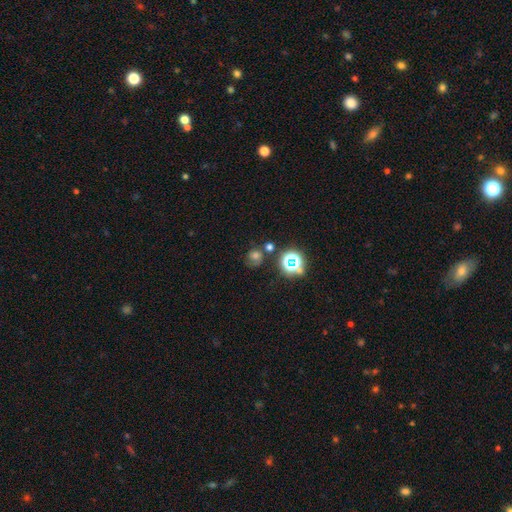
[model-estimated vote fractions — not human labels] smooth-or-featured: smooth: 47% | star or artifact: 33% | featured or disk: 20%
  merging: none: 61% | minor disturbance: 17% | merger: 13% | major disturbance: 10%